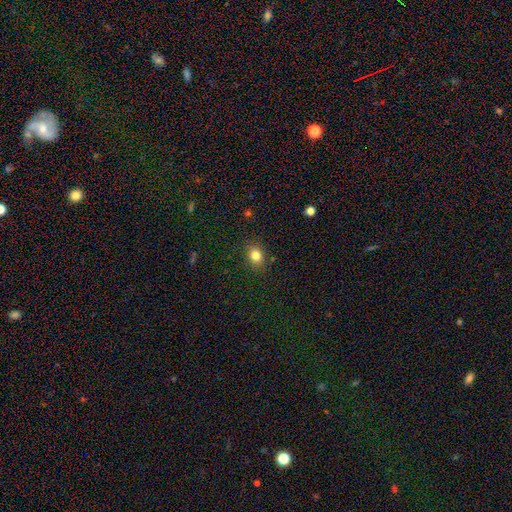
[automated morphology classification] Smooth or featured? Predicted: smooth (p=0.82). How rounded? Predicted: round (p=0.55). Merging? Predicted: none (p=0.86).